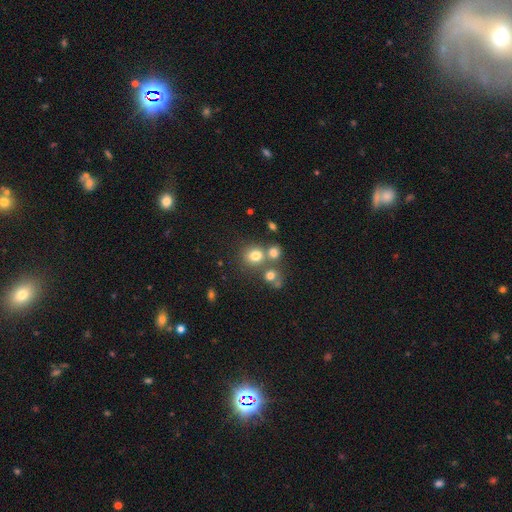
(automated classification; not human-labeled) Smooth or featured? smooth (74%)
How rounded? round (76%)
Merging? none (55%)